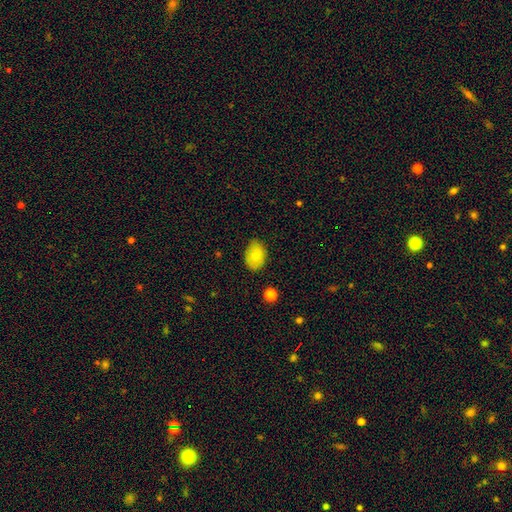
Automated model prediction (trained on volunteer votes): This appears to be a smooth galaxy with no disk features (77%) that is in between round and cigar-shaped (80%). Merging: none (80%).